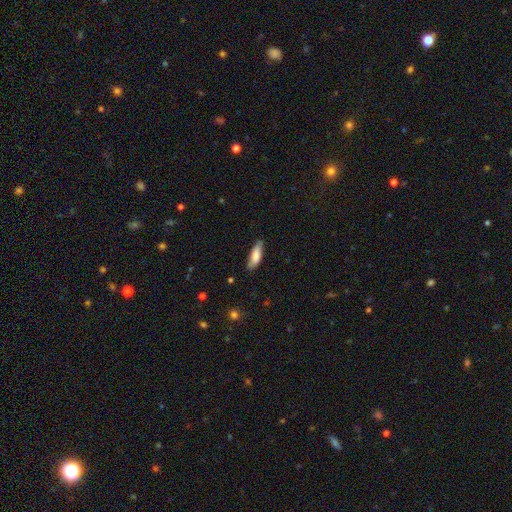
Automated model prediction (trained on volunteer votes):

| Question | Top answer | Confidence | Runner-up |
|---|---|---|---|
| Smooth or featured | smooth | 77% | featured or disk (17%) |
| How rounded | in between | 55% | cigar-shaped (43%) |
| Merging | none | 77% | minor disturbance (18%) |